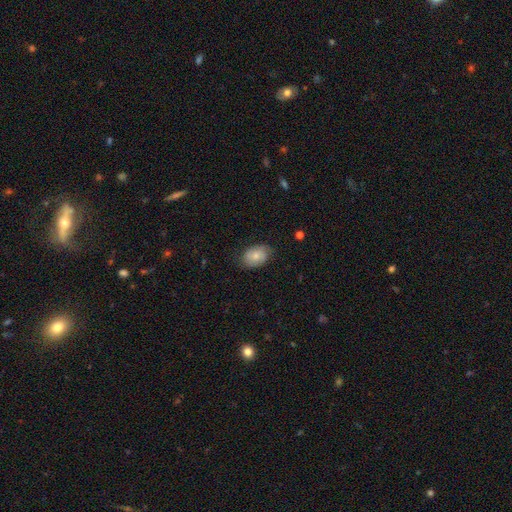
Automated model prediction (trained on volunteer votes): A smooth galaxy with no disk features (69%) that is in between round and cigar-shaped (82%).

Vote fractions:
- Smooth or featured? smooth: 69% / featured or disk: 24% / star or artifact: 7%
- How rounded? in between: 82% / round: 17% / cigar-shaped: 1%
- Merging? none: 74% / minor disturbance: 21% / major disturbance: 4% / merger: 1%